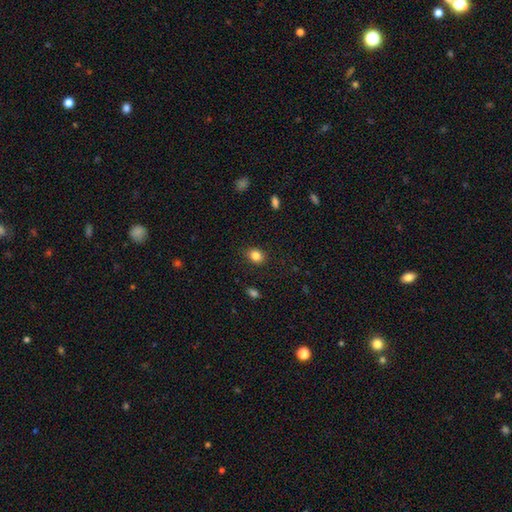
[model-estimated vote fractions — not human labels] Morphology: type=smooth (84%); roundness=round (54%); merging=none (86%).